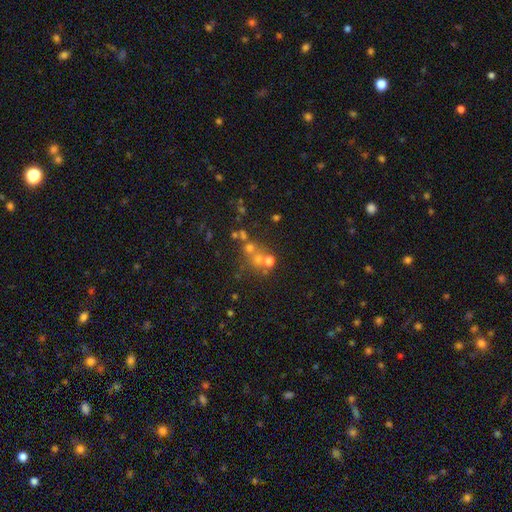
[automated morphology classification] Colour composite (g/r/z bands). It shows a star or artifact, not a galaxy (39%).